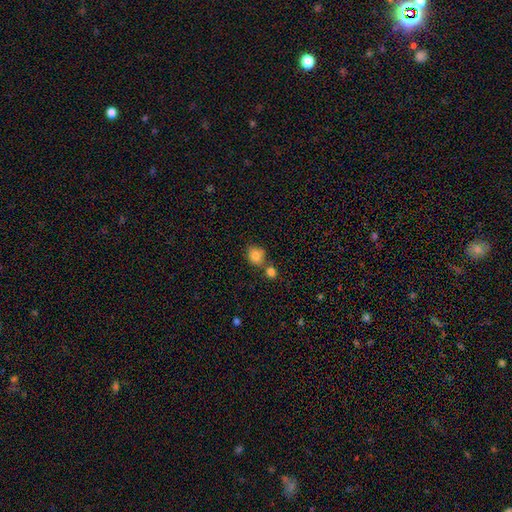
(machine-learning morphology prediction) smooth_or_featured: smooth (p=0.83) [alt: star or artifact p=0.10]
how_rounded: round (p=0.70) [alt: in between p=0.29]
merging: none (p=0.58) [alt: merger p=0.26]